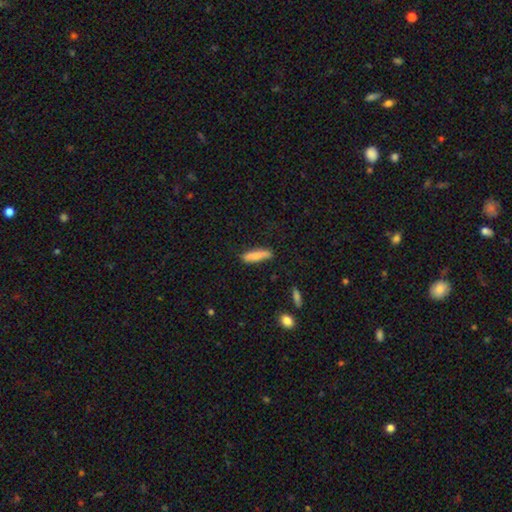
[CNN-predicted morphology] smooth_or_featured: smooth (p=0.82) [alt: featured or disk p=0.12]
how_rounded: cigar-shaped (p=0.75) [alt: in between p=0.23]
merging: none (p=0.76) [alt: minor disturbance p=0.18]